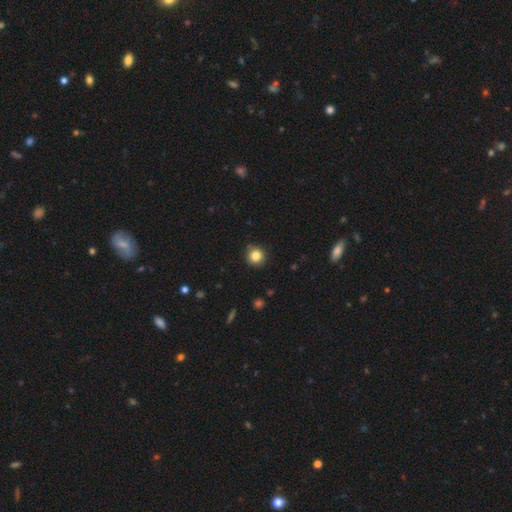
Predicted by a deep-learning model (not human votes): Smooth or featured?
  - smooth: 84% *
  - star or artifact: 11%
  - featured or disk: 6%
How rounded?
  - round: 93% *
  - in between: 6%
  - cigar-shaped: 1%
Merging?
  - none: 90% *
  - minor disturbance: 7%
  - major disturbance: 2%
  - merger: 1%